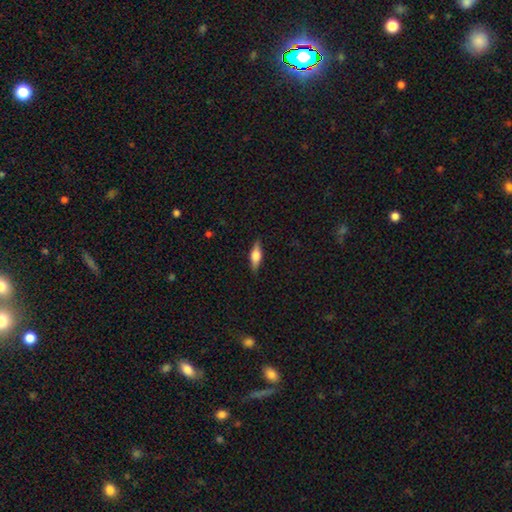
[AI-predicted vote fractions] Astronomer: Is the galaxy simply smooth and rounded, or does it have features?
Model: smooth — 52% (runner-up: featured or disk, 41%).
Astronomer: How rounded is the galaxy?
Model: in between — 57% (runner-up: cigar-shaped, 40%).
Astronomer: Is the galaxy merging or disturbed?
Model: none — 87%.